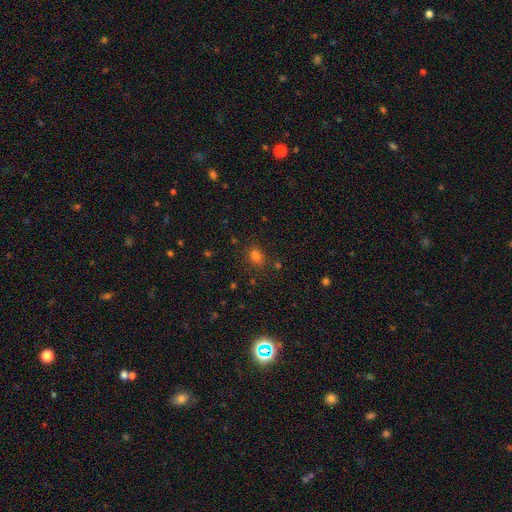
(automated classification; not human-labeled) smooth_or_featured: smooth (p=0.69) [alt: star or artifact p=0.25]
how_rounded: round (p=0.50) [alt: in between p=0.48]
merging: none (p=0.77) [alt: minor disturbance p=0.13]